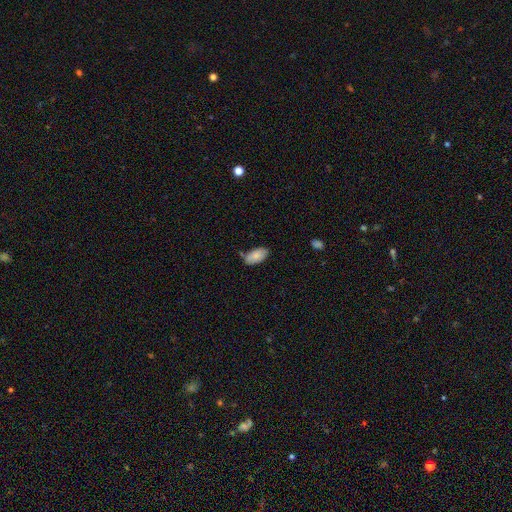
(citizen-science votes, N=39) smooth-or-featured: smooth: 95% | featured or disk: 3% | star or artifact: 3%
  how-rounded: in between: 97% | cigar-shaped: 3% | round: 0%
  merging: none: 53% | minor disturbance: 34% | merger: 11% | major disturbance: 3%